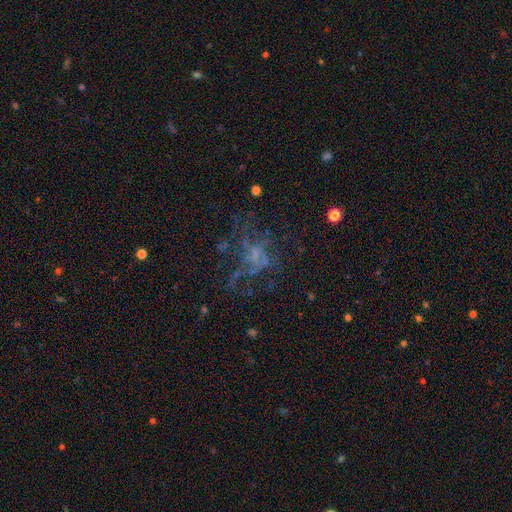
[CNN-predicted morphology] Overall: featured or disk (52%; star or artifact 29%). Edge-on disk: no (97%). Bar: no (81%). Spiral arms: no (72%). Bulge size: none (56%; small 25%). Merging: none (45%; major disturbance 36%).